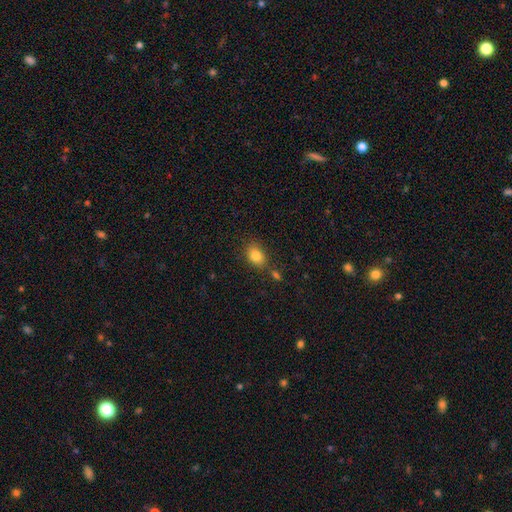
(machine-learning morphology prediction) Smooth or featured?
  - smooth: 84% *
  - star or artifact: 10%
  - featured or disk: 6%
How rounded?
  - in between: 72% *
  - round: 27%
  - cigar-shaped: 1%
Merging?
  - none: 72% *
  - minor disturbance: 15%
  - merger: 9%
  - major disturbance: 4%